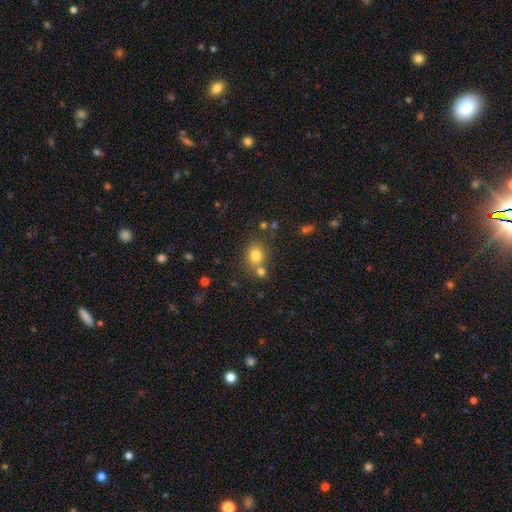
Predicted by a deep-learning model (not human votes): Q: Smooth or featured?
A: smooth (77%); runner-up: star or artifact (14%)
Q: How rounded?
A: round (71%); runner-up: in between (28%)
Q: Merging?
A: none (61%); runner-up: merger (24%)